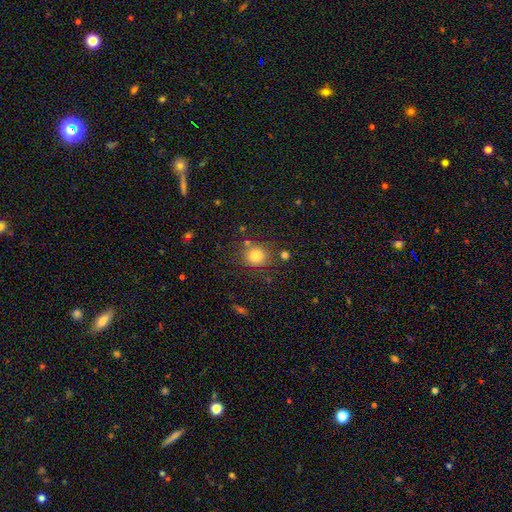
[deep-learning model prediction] This appears to be a smooth galaxy with no disk features (82%) that is round (81%). Merging: none (76%).